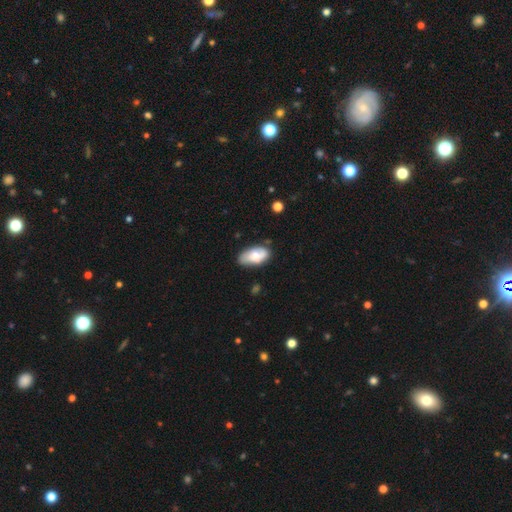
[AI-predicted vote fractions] smooth 69%, featured or disk 24%, star or artifact 7%. Down the decision tree: how rounded — in between (93%); merging — none (64%).